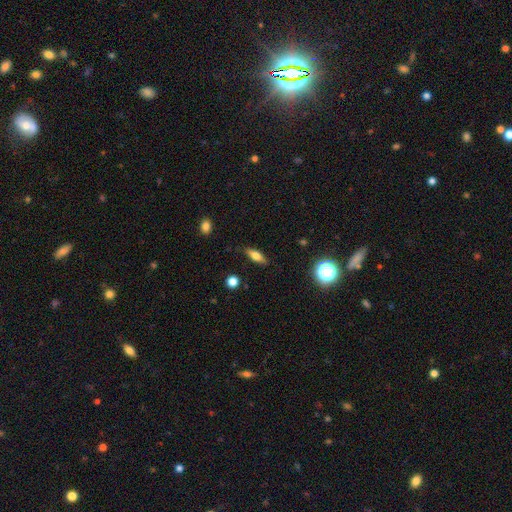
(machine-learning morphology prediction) smooth_or_featured: smooth (p=0.62) [alt: featured or disk p=0.29]
how_rounded: in between (p=0.56) [alt: cigar-shaped p=0.39]
merging: none (p=0.84) [alt: minor disturbance p=0.12]